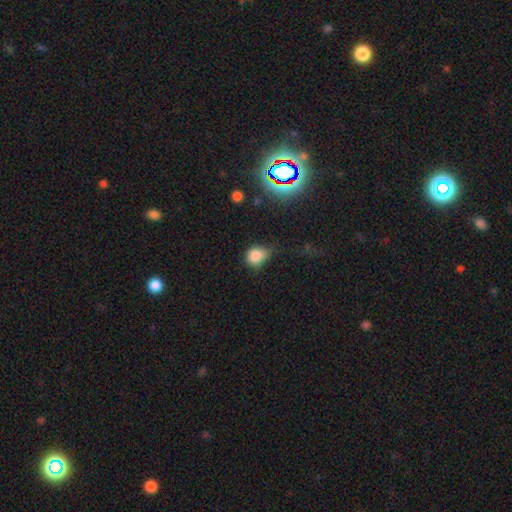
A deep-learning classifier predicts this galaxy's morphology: type=smooth (80%); roundness=round (65%); merging=none (45%).